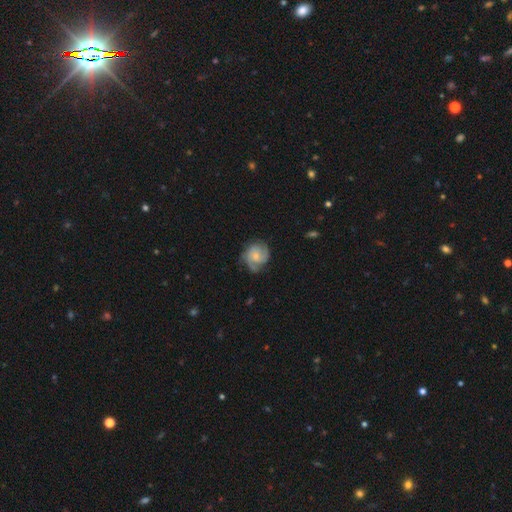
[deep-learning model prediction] Smooth or featured? featured or disk (71%)
Edge-on disk? no (98%)
Bar? no (72%)
Spiral arms? yes (94%)
Spiral winding? tight (50%)
Spiral arm count? 2 (33%, tied with 3)
Bulge size? small (56%)
Merging? none (68%)